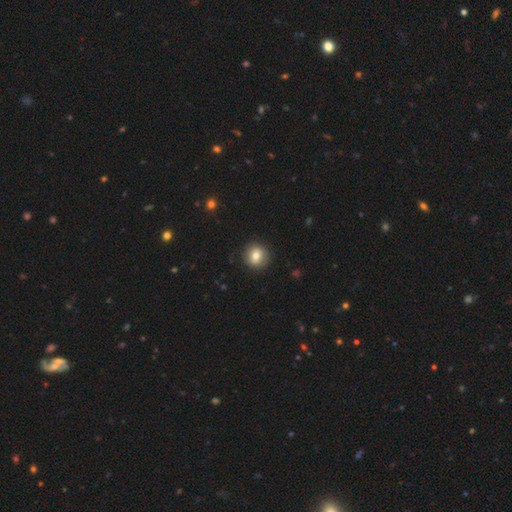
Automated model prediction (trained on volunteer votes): Smooth or featured? smooth (78%)
How rounded? round (85%)
Merging? none (89%)